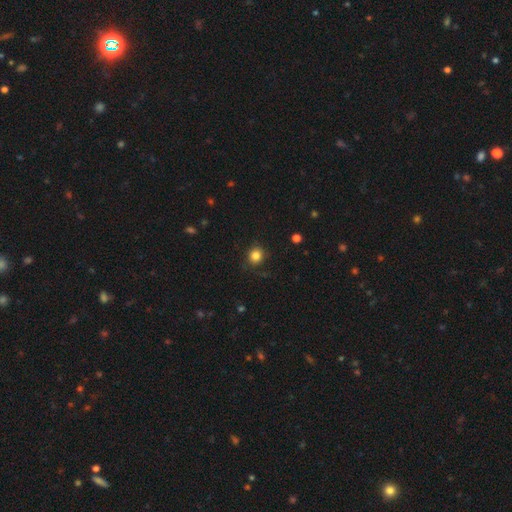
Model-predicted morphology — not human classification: Smooth or featured?
  - smooth: 84% *
  - star or artifact: 11%
  - featured or disk: 5%
How rounded?
  - round: 84% *
  - in between: 15%
  - cigar-shaped: 1%
Merging?
  - none: 84% *
  - minor disturbance: 12%
  - major disturbance: 4%
  - merger: 1%